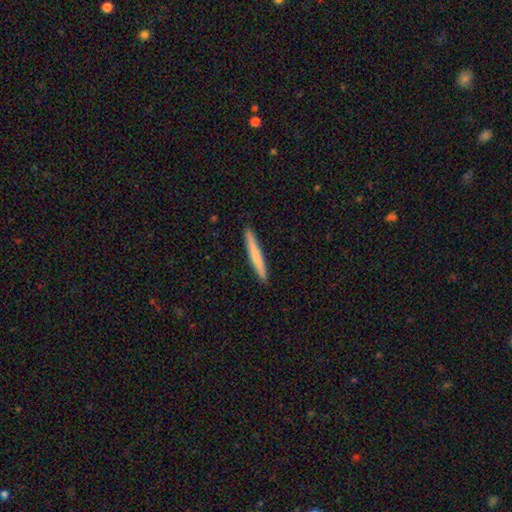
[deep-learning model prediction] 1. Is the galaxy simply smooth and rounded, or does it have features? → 71% smooth, 24% featured or disk, 5% star or artifact.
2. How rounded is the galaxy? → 97% cigar-shaped, 2% in between, 1% round.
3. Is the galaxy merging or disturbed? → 92% none, 5% minor disturbance, 1% major disturbance, 1% merger.